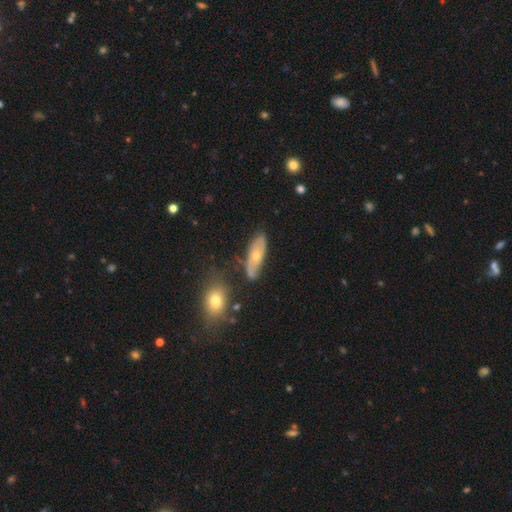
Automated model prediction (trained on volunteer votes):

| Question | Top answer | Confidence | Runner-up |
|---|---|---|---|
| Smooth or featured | featured or disk | 53% | smooth (37%) |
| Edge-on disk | no | 73% | yes (27%) |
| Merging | none | 66% | minor disturbance (22%) |